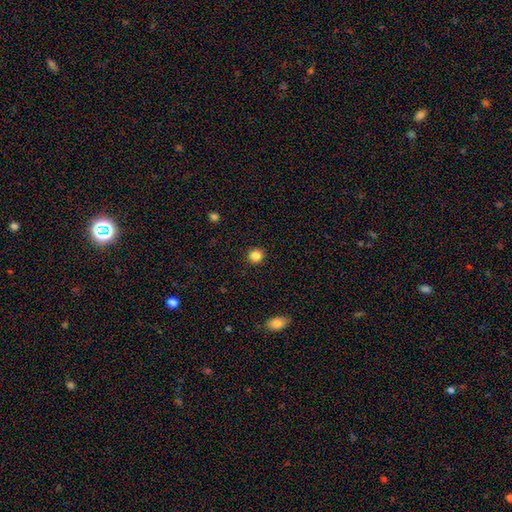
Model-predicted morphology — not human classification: A smooth galaxy with no disk features (85%) that is round (92%). Merging: none (92%).